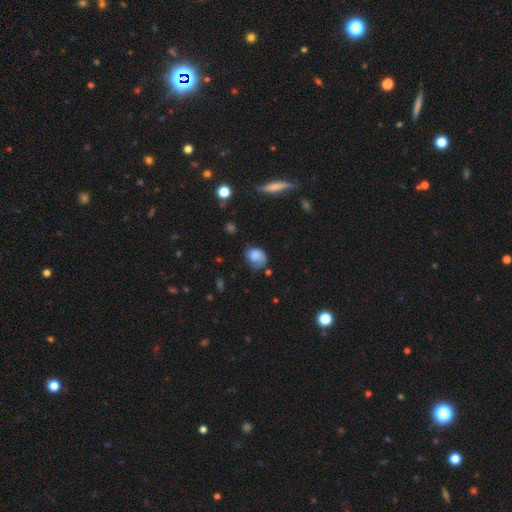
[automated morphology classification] smooth_or_featured: smooth (p=0.75) [alt: featured or disk p=0.16]
how_rounded: in between (p=0.53) [alt: round p=0.45]
merging: none (p=0.47) [alt: minor disturbance p=0.34]